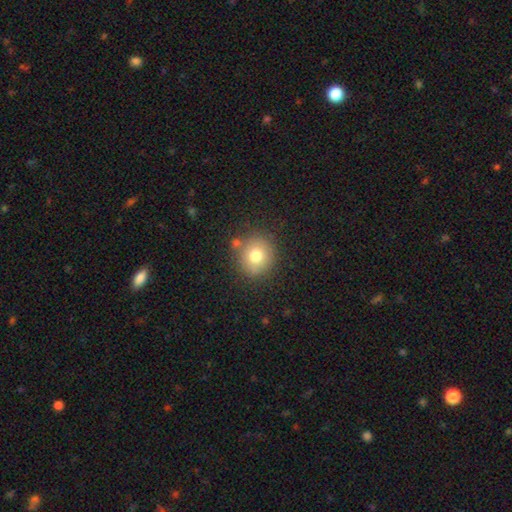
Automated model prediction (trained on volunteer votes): Morphology: type=smooth (76%); roundness=round (86%); merging=none (79%).